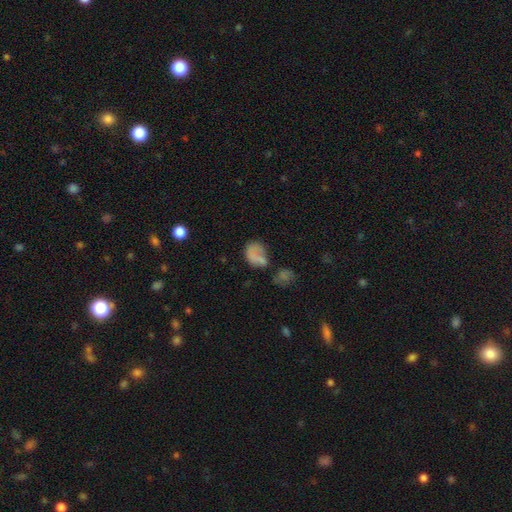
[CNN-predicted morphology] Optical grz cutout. It shows a smooth galaxy with no disk features (67%) that is in between round and cigar-shaped (64%). Merging: none (33%).